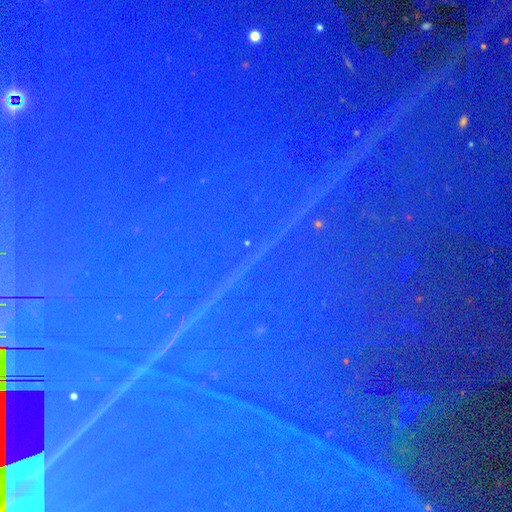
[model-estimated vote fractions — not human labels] smooth_or_featured: star or artifact (p=0.87) [alt: featured or disk p=0.07]